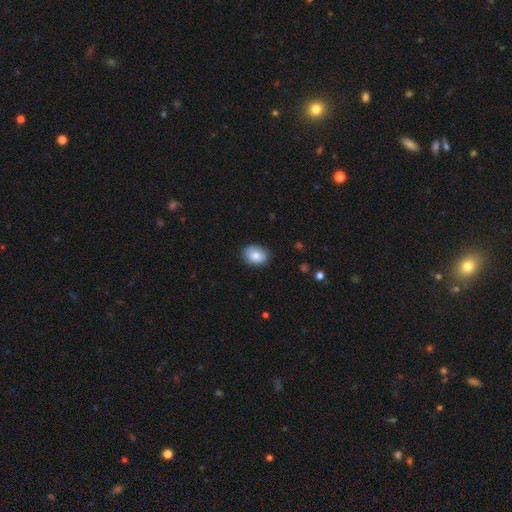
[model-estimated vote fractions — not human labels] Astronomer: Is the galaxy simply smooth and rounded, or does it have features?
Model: smooth — 84%.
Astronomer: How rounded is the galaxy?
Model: in between — 70%.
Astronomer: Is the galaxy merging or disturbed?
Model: none — 83%.